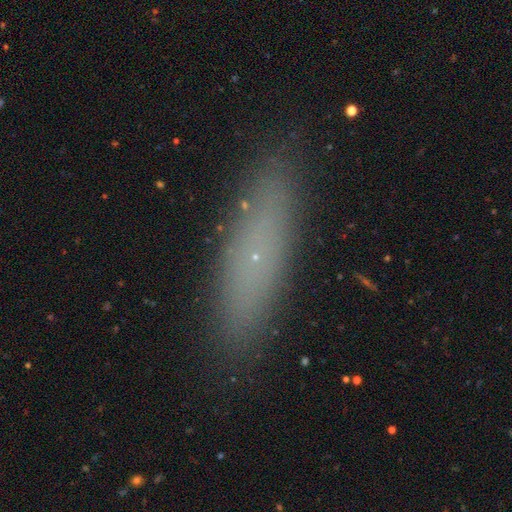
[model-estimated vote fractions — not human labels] A smooth galaxy with no disk features (57%) that is cigar-shaped (63%). Merging: none (88%).